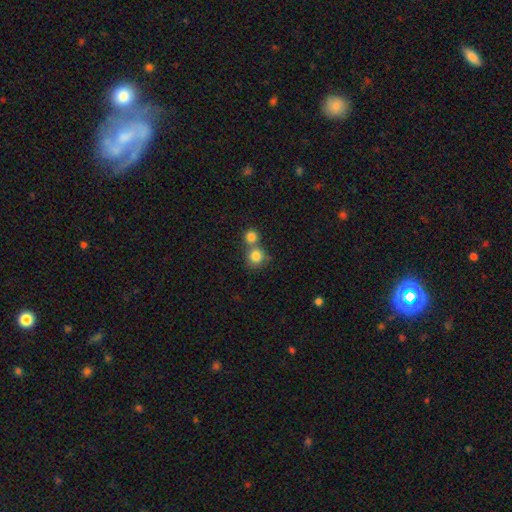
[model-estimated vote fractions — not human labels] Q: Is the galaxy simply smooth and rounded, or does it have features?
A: smooth — 82%.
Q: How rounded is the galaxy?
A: round — 88%.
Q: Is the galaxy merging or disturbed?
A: none — 45%, tied with merger.